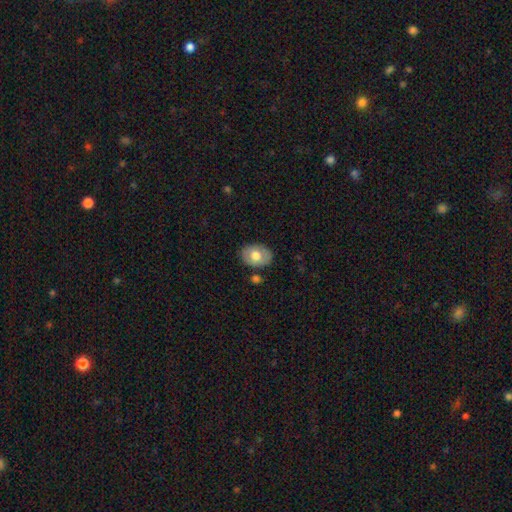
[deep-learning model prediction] smooth-or-featured: smooth: 66% | featured or disk: 27% | star or artifact: 6%
  how-rounded: in between: 74% | round: 25% | cigar-shaped: 1%
  merging: none: 80% | minor disturbance: 13% | merger: 4% | major disturbance: 3%